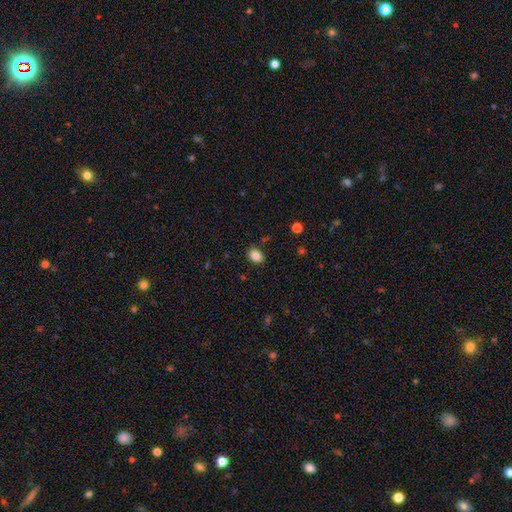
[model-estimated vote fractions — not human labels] A smooth galaxy with no disk features (85%) that is in between round and cigar-shaped (70%).

Vote fractions:
- Smooth or featured? smooth: 85% / star or artifact: 10% / featured or disk: 5%
- How rounded? in between: 70% / round: 29% / cigar-shaped: 1%
- Merging? none: 85% / minor disturbance: 10% / major disturbance: 3% / merger: 2%